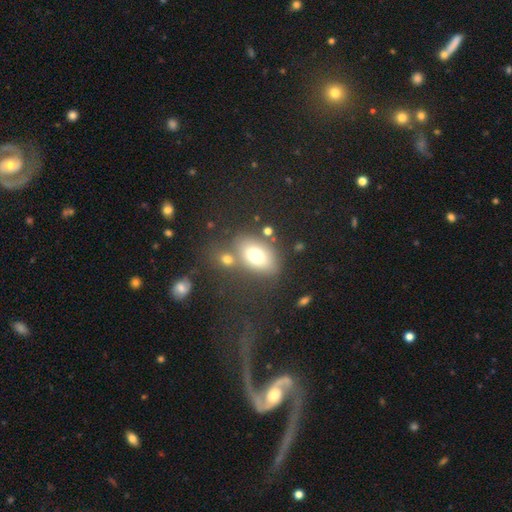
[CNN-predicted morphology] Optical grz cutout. It shows a smooth galaxy with no disk features (71%) that is in between round and cigar-shaped (76%). Merging: none (63%).